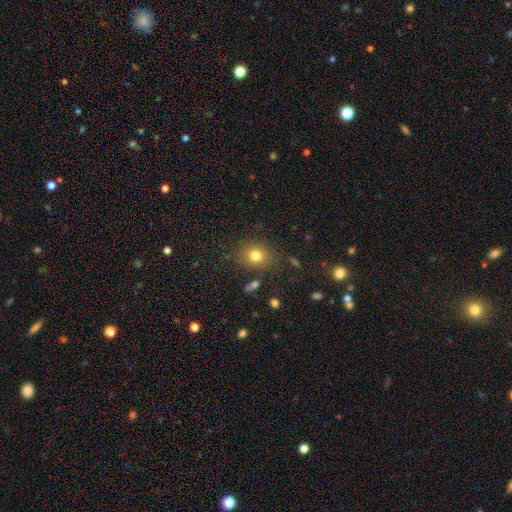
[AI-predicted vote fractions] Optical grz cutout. It shows a smooth galaxy with no disk features (78%) that is round (71%). Merging: none (83%).